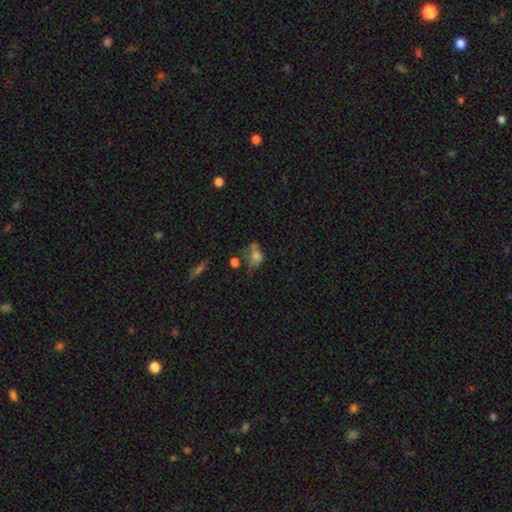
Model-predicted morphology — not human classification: A smooth galaxy with no disk features (63%) that is in between round and cigar-shaped (60%). Merging: none (28%).